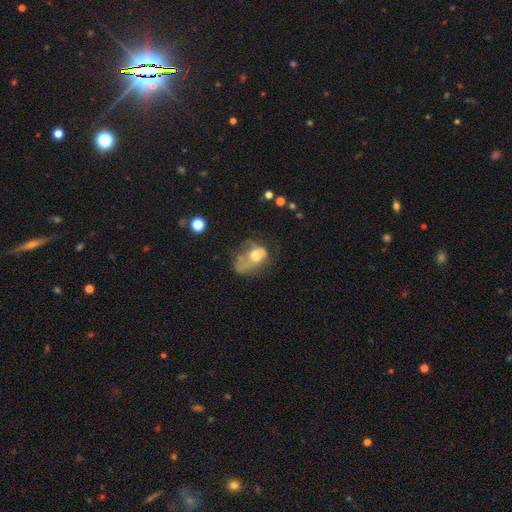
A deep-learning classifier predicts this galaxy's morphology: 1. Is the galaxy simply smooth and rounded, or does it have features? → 47% smooth, 41% featured or disk, 11% star or artifact.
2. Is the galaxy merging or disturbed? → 48% major disturbance, 21% minor disturbance, 20% none, 11% merger.